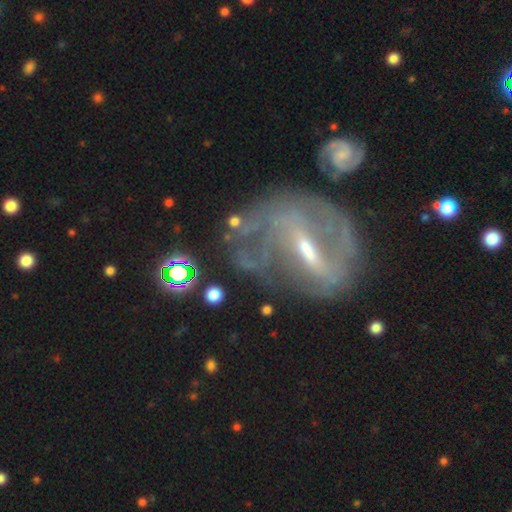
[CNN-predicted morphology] Smooth or featured? Predicted: featured or disk (p=0.77). Edge-on disk? Predicted: no (p=0.91). Bar? Predicted: strong (p=0.47). Spiral arms? Predicted: yes (p=0.71). Spiral winding? Predicted: medium (p=0.36). Spiral arm count? Predicted: can't tell (p=0.41). Bulge size? Predicted: small (p=0.49). Merging? Predicted: none (p=0.51).